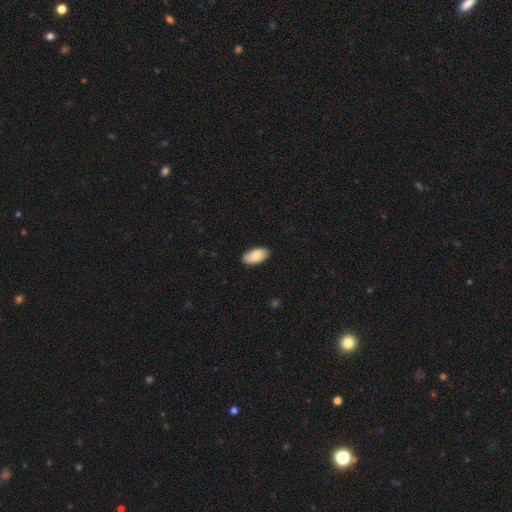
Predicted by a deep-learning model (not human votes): smooth_or_featured: smooth (p=0.86) [alt: featured or disk p=0.08]
how_rounded: in between (p=0.95) [alt: cigar-shaped p=0.03]
merging: none (p=0.86) [alt: minor disturbance p=0.11]